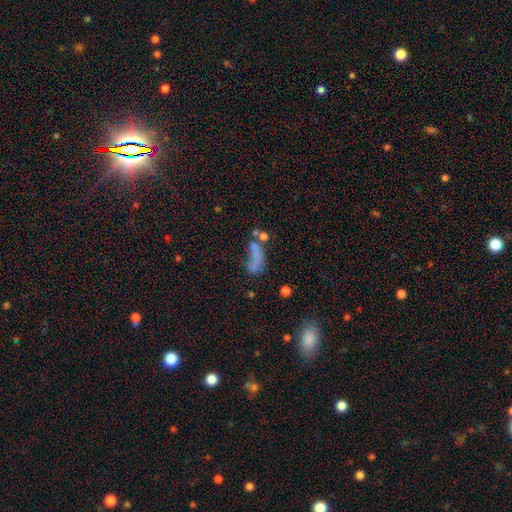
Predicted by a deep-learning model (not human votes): Morphology: type=smooth (51%); roundness=in between (64%); merging=major disturbance (33%).